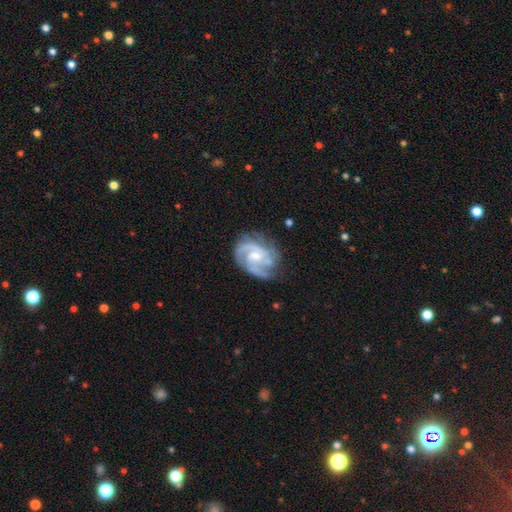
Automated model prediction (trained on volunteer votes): Smooth or featured? featured or disk (88%)
Edge-on disk? no (98%)
Bar? no (51%)
Spiral arms? yes (97%)
Spiral winding? medium (45%, tied with tight)
Spiral arm count? 2 (40%)
Bulge size? moderate (50%)
Merging? none (65%)